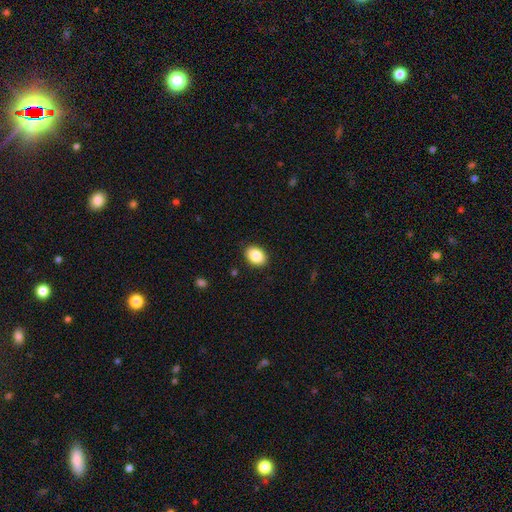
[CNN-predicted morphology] type=smooth (86%); roundness=in between (77%); merging=none (89%).